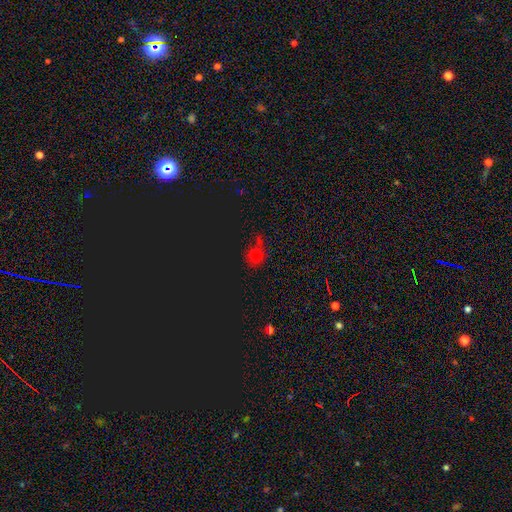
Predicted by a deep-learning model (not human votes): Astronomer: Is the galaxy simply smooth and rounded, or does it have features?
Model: smooth — 56% (runner-up: star or artifact, 36%).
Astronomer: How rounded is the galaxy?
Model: round — 86%.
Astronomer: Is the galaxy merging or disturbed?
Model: none — 65%.